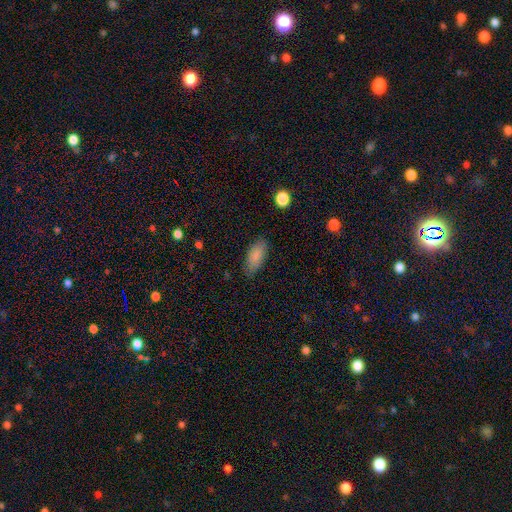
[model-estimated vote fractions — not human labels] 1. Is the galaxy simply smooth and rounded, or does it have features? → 87% smooth, 7% star or artifact, 6% featured or disk.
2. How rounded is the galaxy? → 85% in between, 13% cigar-shaped, 2% round.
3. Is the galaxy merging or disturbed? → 82% none, 14% minor disturbance, 3% major disturbance, 1% merger.